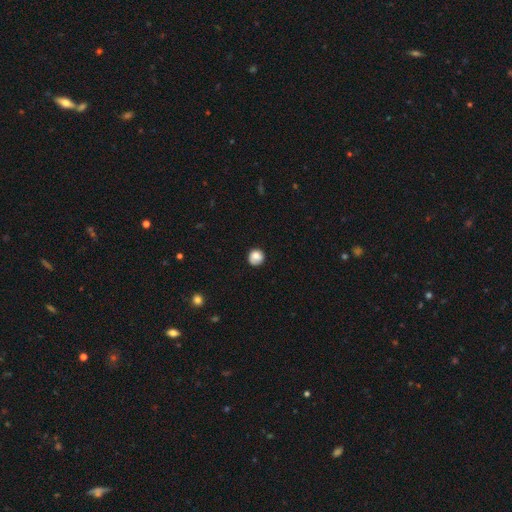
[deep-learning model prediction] smooth 81%, featured or disk 11%, star or artifact 9%. Down the decision tree: how rounded — round (90%); merging — none (78%).